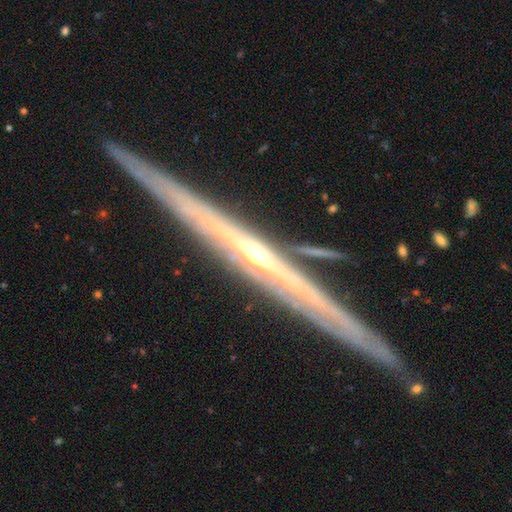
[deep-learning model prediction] Smooth or featured?
  - featured or disk: 86% *
  - smooth: 8%
  - star or artifact: 6%
Edge-on disk?
  - yes: 98% *
  - no: 2%
Edge-on bulge?
  - rounded: 51% *
  - none: 44%
  - boxy: 5%
Merging?
  - none: 90% *
  - minor disturbance: 7%
  - merger: 1%
  - major disturbance: 1%